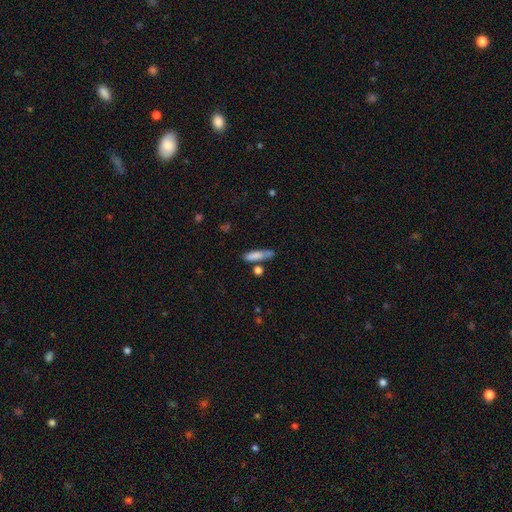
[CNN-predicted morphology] A smooth galaxy with no disk features (79%) that is cigar-shaped (75%). Merging: none (62%).